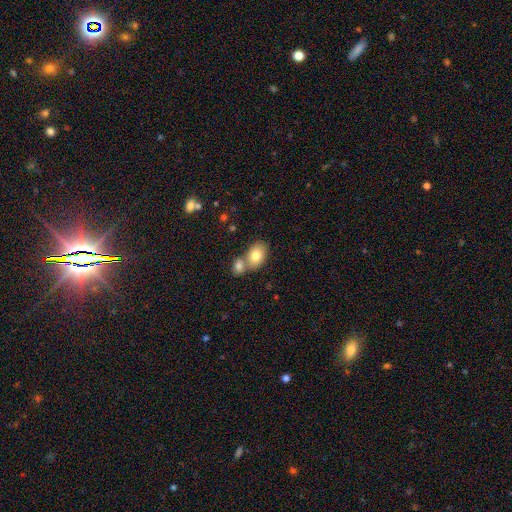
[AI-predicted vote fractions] Smooth or featured? Predicted: smooth (p=0.79). How rounded? Predicted: in between (p=0.80). Merging? Predicted: merger (p=0.48).